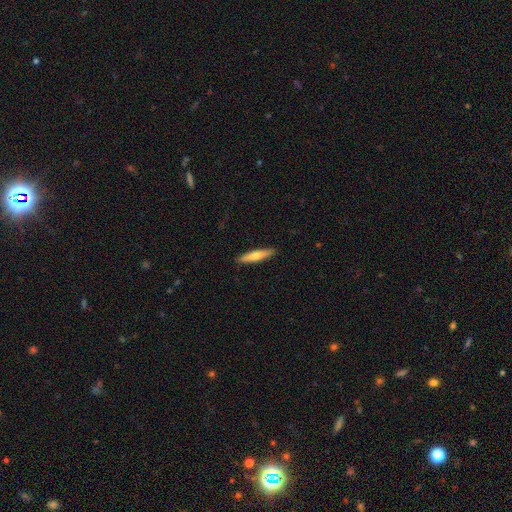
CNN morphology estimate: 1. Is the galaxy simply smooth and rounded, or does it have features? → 60% smooth, 35% featured or disk, 6% star or artifact.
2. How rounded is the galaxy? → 84% cigar-shaped, 14% in between, 2% round.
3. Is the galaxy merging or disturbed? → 90% none, 7% minor disturbance, 1% major disturbance, 1% merger.